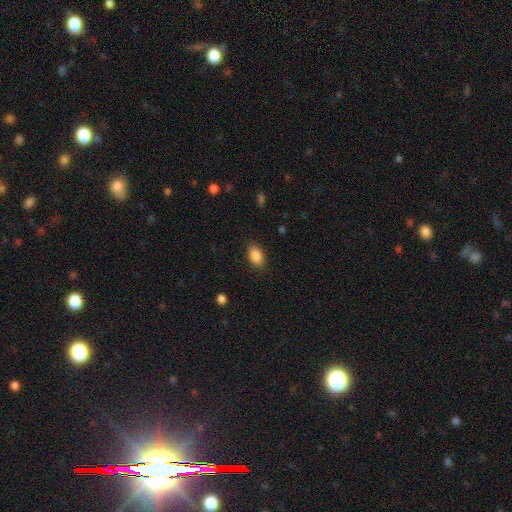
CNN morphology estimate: A smooth galaxy with no disk features (89%) that is in between round and cigar-shaped (91%). Merging: none (86%).